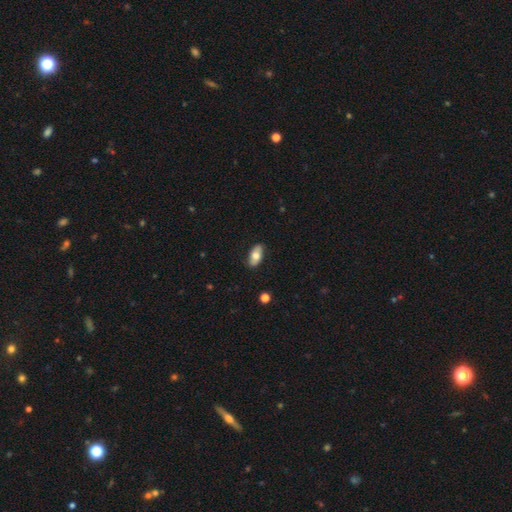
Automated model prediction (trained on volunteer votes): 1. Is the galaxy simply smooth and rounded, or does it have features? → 71% smooth, 22% featured or disk, 6% star or artifact.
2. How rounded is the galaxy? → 92% in between, 5% cigar-shaped, 3% round.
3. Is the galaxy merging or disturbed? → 85% none, 12% minor disturbance, 2% major disturbance, 1% merger.